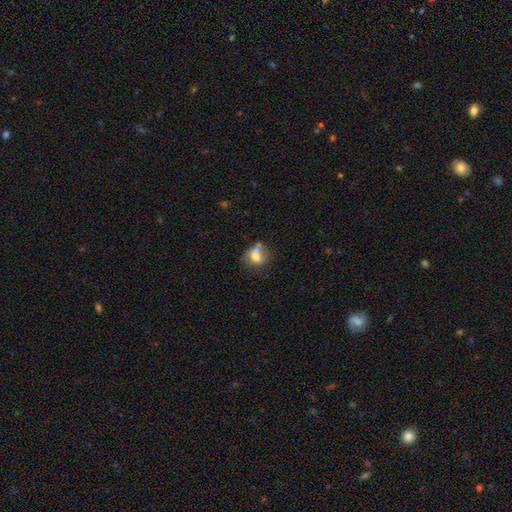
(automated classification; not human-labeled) This appears to be a smooth galaxy with no disk features (67%) that is round (56%). Merging: none (38%).